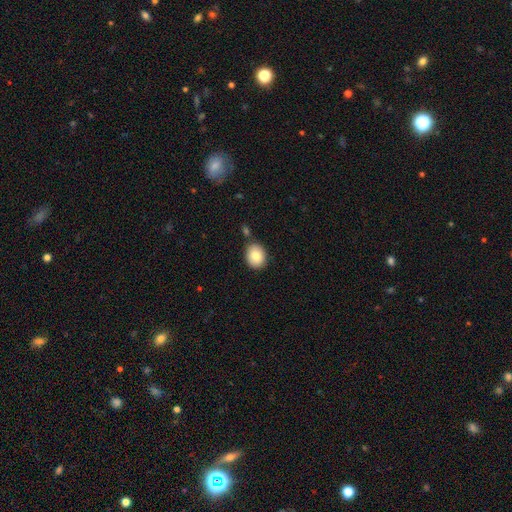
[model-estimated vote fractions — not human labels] Smooth or featured: smooth — 83% (featured or disk — 10%)
How rounded: round — 53% (in between — 46%)
Merging: none — 79% (minor disturbance — 12%)